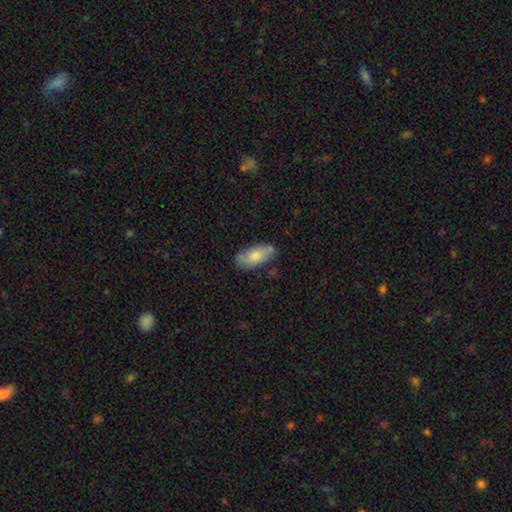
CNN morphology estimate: type=smooth (74%); roundness=in between (86%); merging=none (66%).